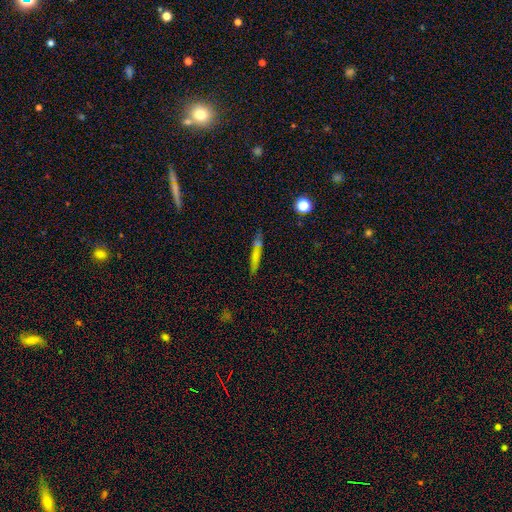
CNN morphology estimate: This appears to be a smooth galaxy with no disk features (64%) that is cigar-shaped (89%). Merging: none (77%).